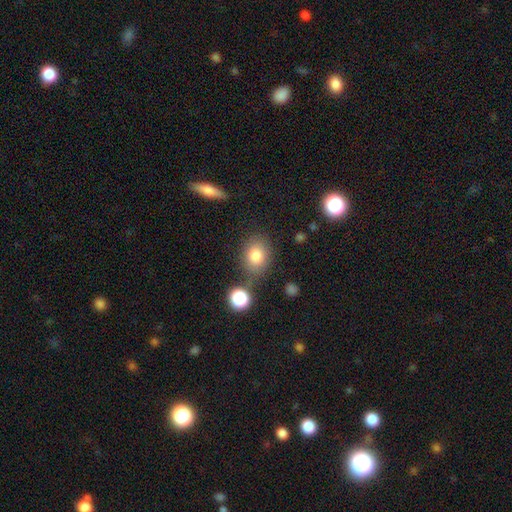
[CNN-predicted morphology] A smooth galaxy with no disk features (80%) that is round (52%).

Vote fractions:
- Smooth or featured? smooth: 80% / star or artifact: 11% / featured or disk: 9%
- How rounded? round: 52% / in between: 47% / cigar-shaped: 1%
- Merging? none: 74% / minor disturbance: 14% / merger: 7% / major disturbance: 5%